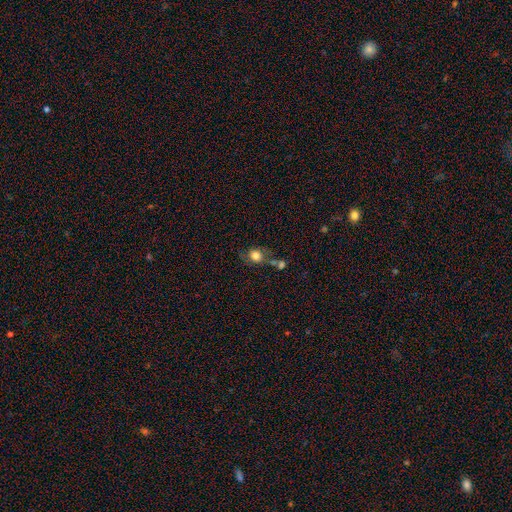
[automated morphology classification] A smooth galaxy with no disk features (73%) that is round (64%). Merging: none (46%).